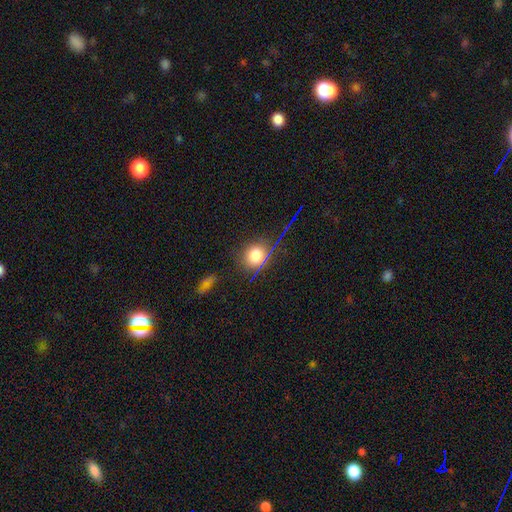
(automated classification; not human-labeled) Smooth or featured? smooth (72%)
How rounded? round (77%)
Merging? none (81%)